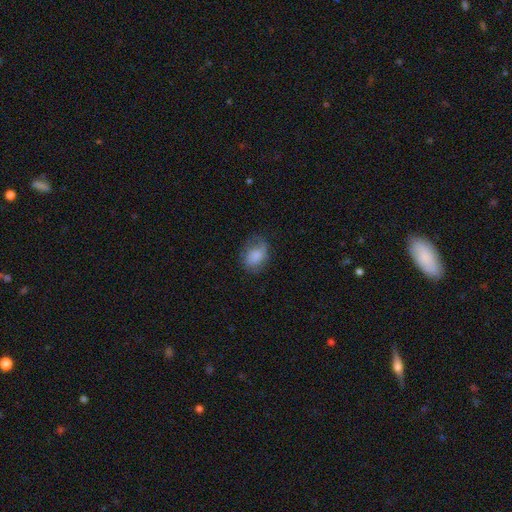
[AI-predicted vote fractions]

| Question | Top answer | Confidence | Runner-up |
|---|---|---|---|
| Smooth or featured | smooth | 67% | featured or disk (25%) |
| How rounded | in between | 71% | round (28%) |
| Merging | none | 55% | minor disturbance (28%) |